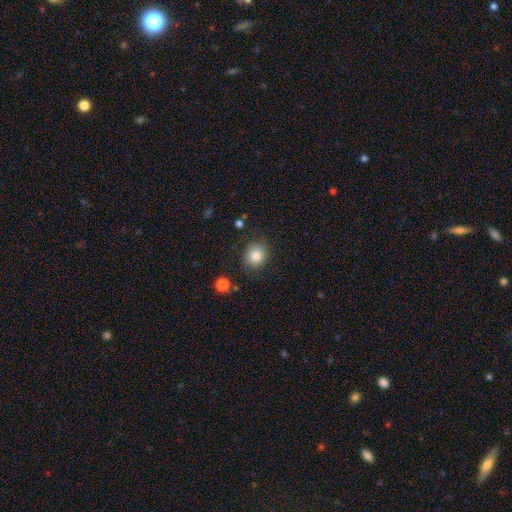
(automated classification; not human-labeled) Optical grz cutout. It shows a smooth galaxy with no disk features (84%) that is round (81%). Merging: none (85%).